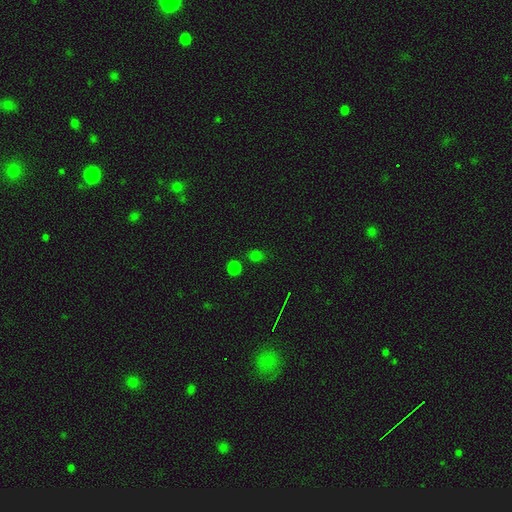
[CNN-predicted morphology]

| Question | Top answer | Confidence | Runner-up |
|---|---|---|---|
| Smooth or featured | smooth | 68% | star or artifact (27%) |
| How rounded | round | 69% | in between (30%) |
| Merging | none | 78% | minor disturbance (11%) |